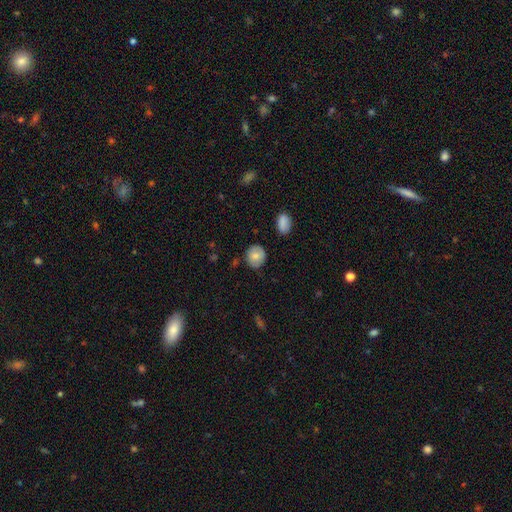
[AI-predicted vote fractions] This is likely a smooth galaxy (75%). How rounded: clearly round (81%). Merging: clearly none (80%).